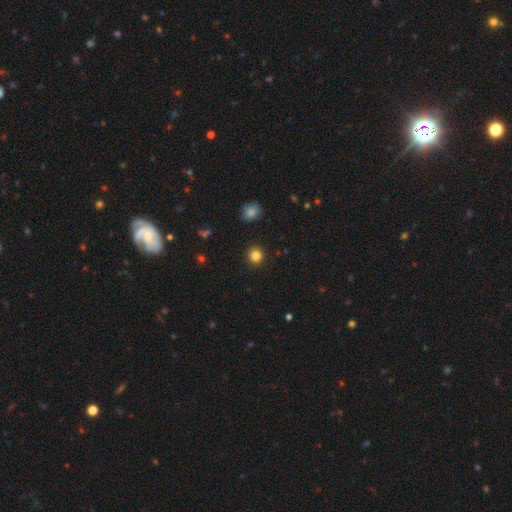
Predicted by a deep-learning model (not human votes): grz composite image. It shows a smooth galaxy with no disk features (84%) that is round (91%). Merging: none (92%).